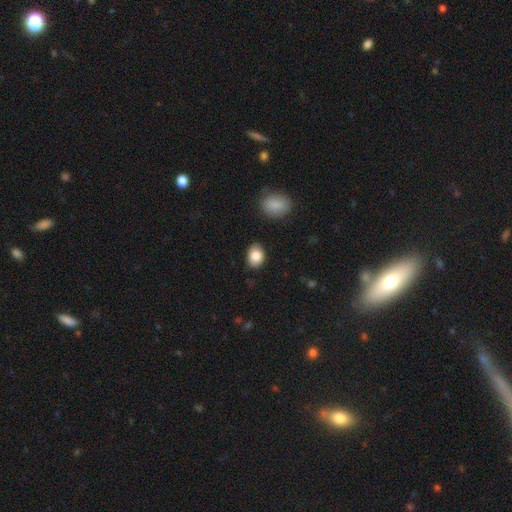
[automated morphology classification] This is clearly a smooth galaxy (86%). How rounded: likely in between (74%). Merging: clearly none (85%).